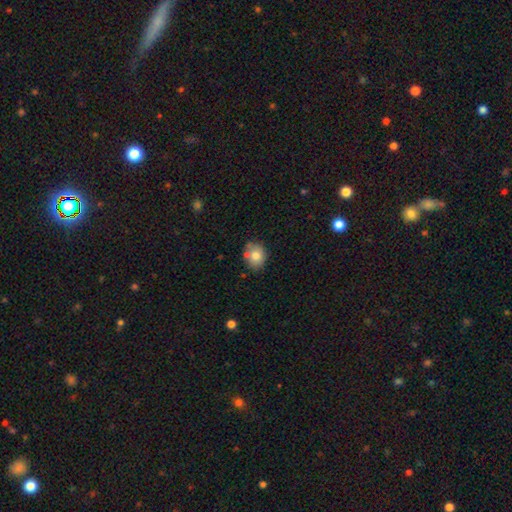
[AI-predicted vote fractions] A smooth galaxy with no disk features (78%) that is round (55%). Merging: none (68%).